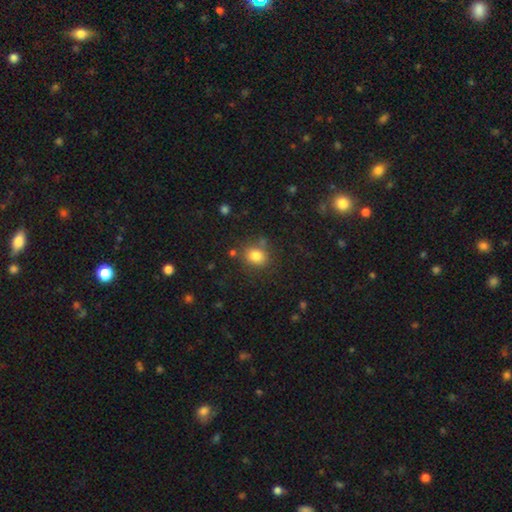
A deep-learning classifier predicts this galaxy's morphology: The model was most divided on "how rounded": round: 62%, in between: 37%, cigar-shaped: 1%. More confident: smooth or featured — smooth (81%); merging — none (76%).